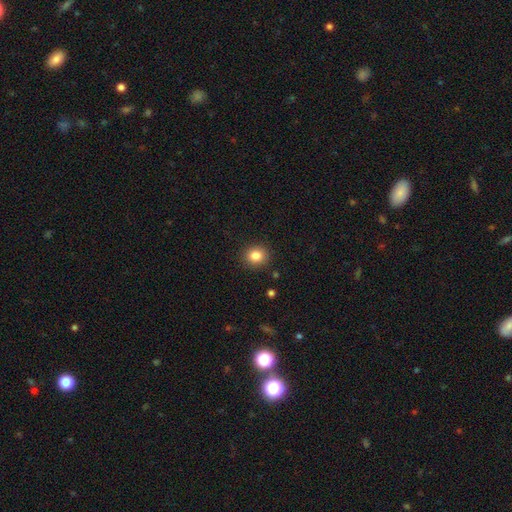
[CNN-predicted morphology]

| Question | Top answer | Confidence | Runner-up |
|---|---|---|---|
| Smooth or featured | smooth | 84% | star or artifact (10%) |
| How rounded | round | 77% | in between (22%) |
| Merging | none | 89% | minor disturbance (7%) |